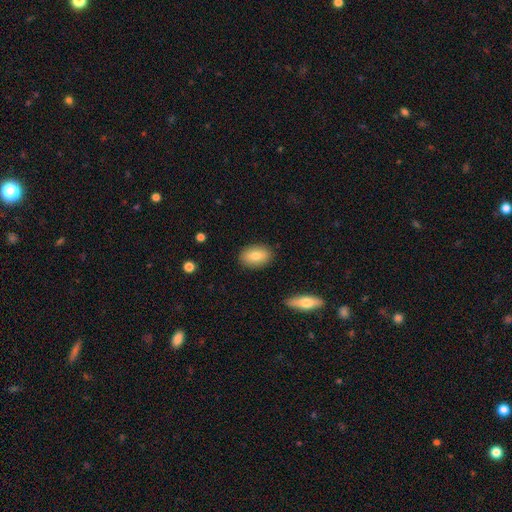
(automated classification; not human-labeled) Overall: smooth (78%). How rounded: in between (87%). Merging: none (88%).